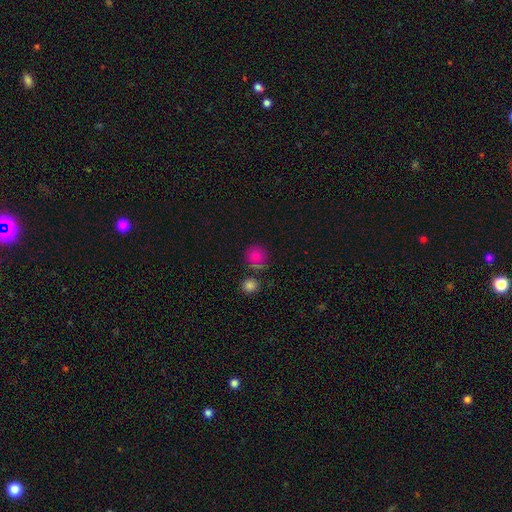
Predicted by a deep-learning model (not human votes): Smooth or featured?
  - smooth: 80% *
  - star or artifact: 13%
  - featured or disk: 8%
How rounded?
  - round: 89% *
  - in between: 10%
  - cigar-shaped: 1%
Merging?
  - none: 69% *
  - merger: 14%
  - minor disturbance: 12%
  - major disturbance: 4%